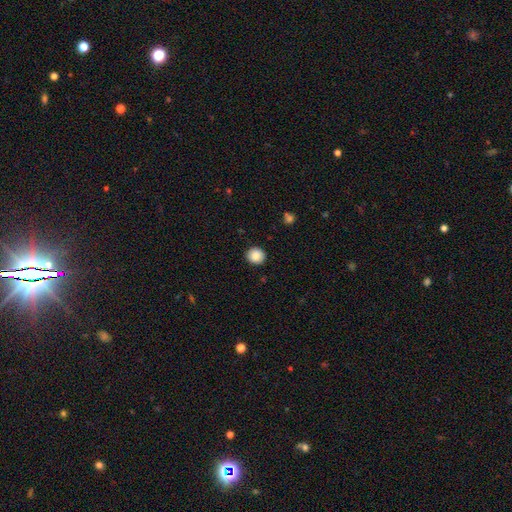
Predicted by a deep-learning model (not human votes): smooth_or_featured: smooth (p=0.86) [alt: star or artifact p=0.09]
how_rounded: round (p=0.90) [alt: in between p=0.09]
merging: none (p=0.92) [alt: minor disturbance p=0.06]